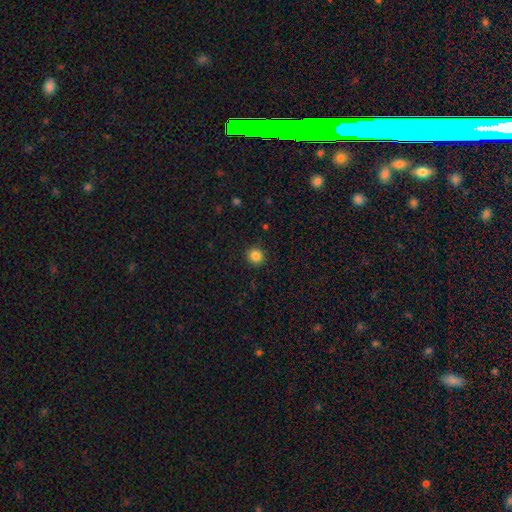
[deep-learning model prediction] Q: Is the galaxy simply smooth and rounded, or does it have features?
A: smooth — 85%.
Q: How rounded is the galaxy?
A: round — 91%.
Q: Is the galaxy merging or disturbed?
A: none — 92%.